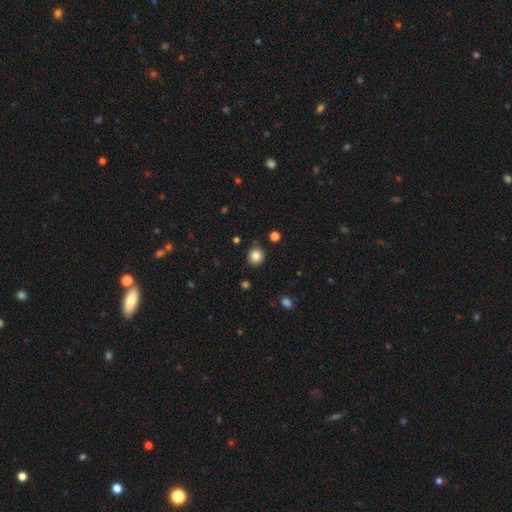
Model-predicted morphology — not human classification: The model was most divided on "how rounded": round: 81%, in between: 18%, cigar-shaped: 1%. More confident: merging — none (87%); smooth or featured — smooth (82%).